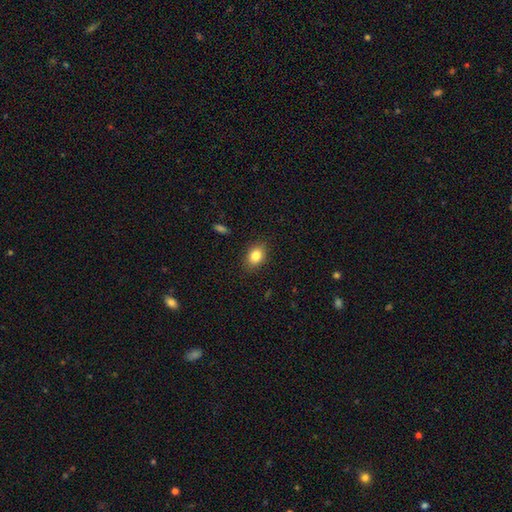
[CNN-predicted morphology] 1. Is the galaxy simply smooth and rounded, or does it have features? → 83% smooth, 9% star or artifact, 7% featured or disk.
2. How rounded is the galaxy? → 70% in between, 28% round, 1% cigar-shaped.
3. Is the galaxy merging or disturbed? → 87% none, 10% minor disturbance, 2% major disturbance, 1% merger.